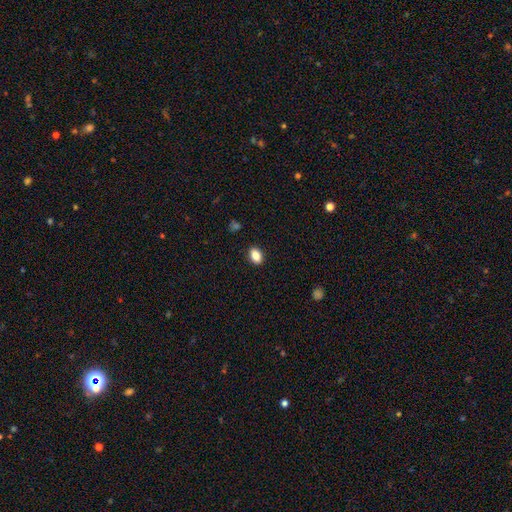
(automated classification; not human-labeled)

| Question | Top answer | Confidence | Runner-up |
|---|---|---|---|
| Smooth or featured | smooth | 85% | star or artifact (9%) |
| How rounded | in between | 83% | round (15%) |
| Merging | none | 90% | minor disturbance (7%) |